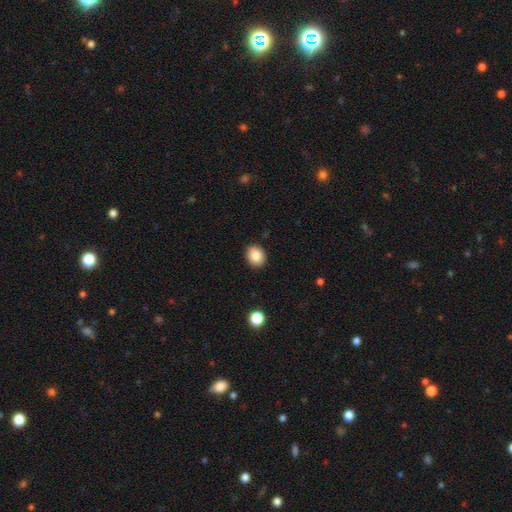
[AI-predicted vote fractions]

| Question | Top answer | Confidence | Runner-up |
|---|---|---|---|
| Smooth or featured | smooth | 85% | star or artifact (9%) |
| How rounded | in between | 53% | round (47%) |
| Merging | none | 90% | minor disturbance (7%) |